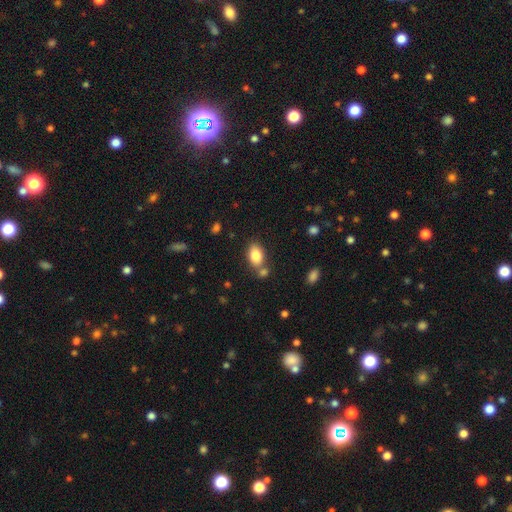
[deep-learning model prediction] Morphology: type=smooth (83%); roundness=in between (87%); merging=none (63%).